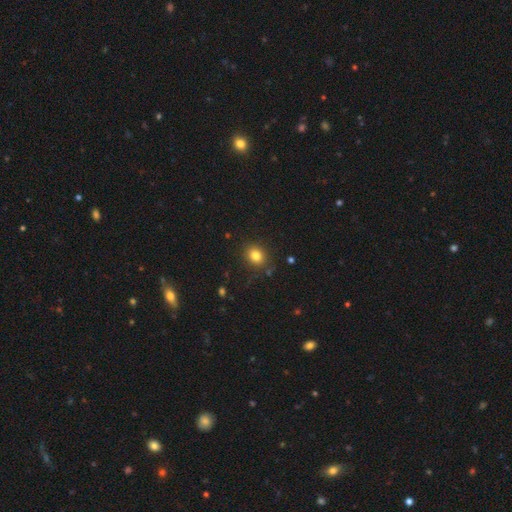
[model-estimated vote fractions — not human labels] This appears to be a smooth galaxy with no disk features (81%) that is round (61%). Merging: none (85%).